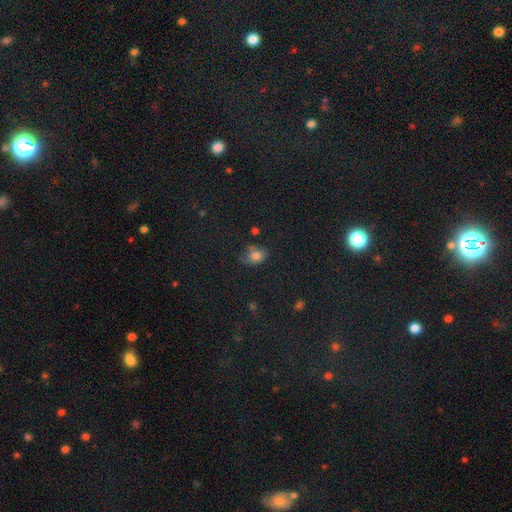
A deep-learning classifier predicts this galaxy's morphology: This is likely a smooth galaxy (78%). How rounded: likely in between (70%). Merging: likely none (62%).